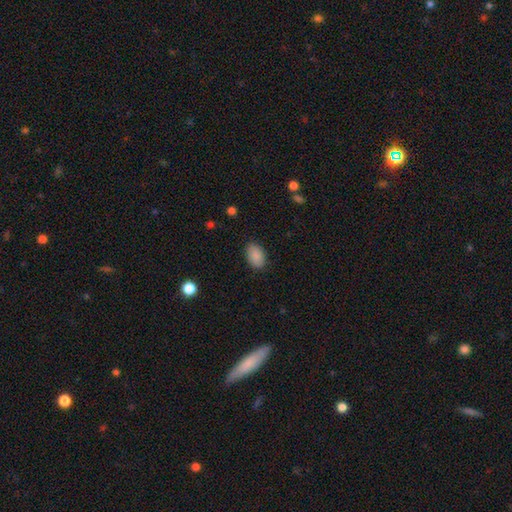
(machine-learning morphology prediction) Smooth or featured?
  - smooth: 89% *
  - star or artifact: 7%
  - featured or disk: 4%
How rounded?
  - in between: 89% *
  - round: 10%
  - cigar-shaped: 1%
Merging?
  - none: 85% *
  - minor disturbance: 11%
  - major disturbance: 3%
  - merger: 1%